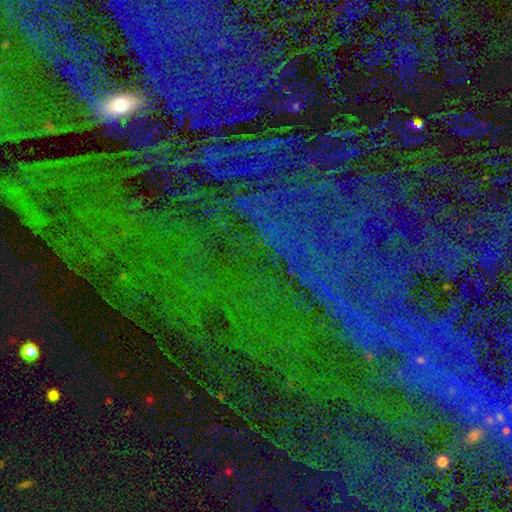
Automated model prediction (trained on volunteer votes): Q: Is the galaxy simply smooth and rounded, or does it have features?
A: star or artifact — 83%.